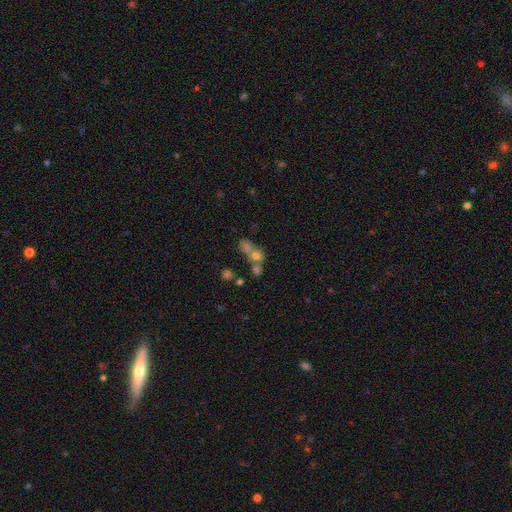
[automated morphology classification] Smooth or featured? Predicted: smooth (p=0.65). How rounded? Predicted: round (p=0.57). Merging? Predicted: merger (p=0.59).